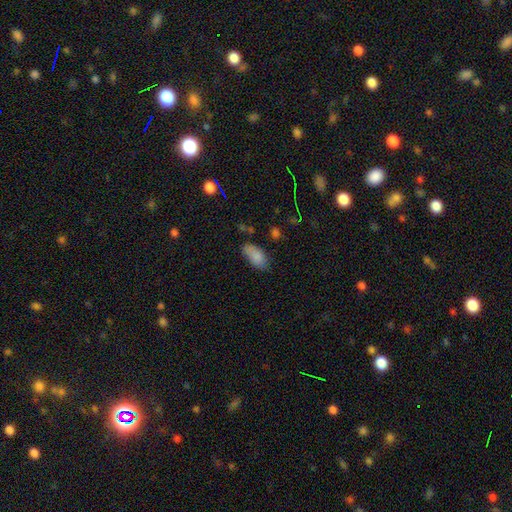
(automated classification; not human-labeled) Overall: smooth (85%). How rounded: in between (93%). Merging: none (64%; minor disturbance 26%).